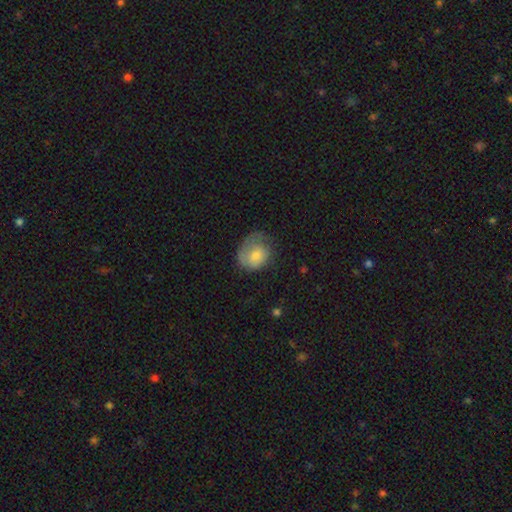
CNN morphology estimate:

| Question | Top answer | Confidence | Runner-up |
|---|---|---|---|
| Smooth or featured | smooth | 68% | featured or disk (25%) |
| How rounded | round | 56% | in between (43%) |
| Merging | none | 41% | minor disturbance (33%) |